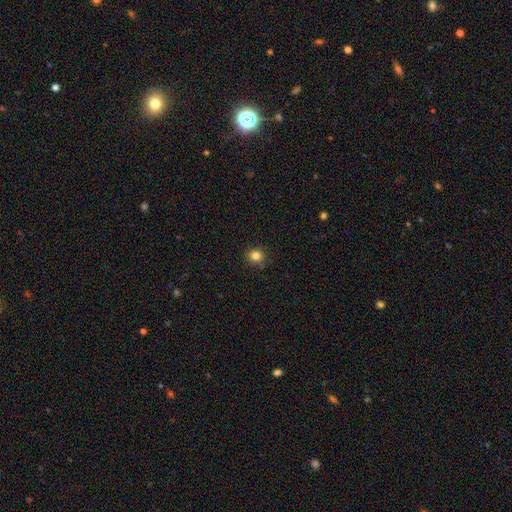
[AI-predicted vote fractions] This is clearly a smooth galaxy (83%). How rounded: clearly round (87%). Merging: clearly none (89%).